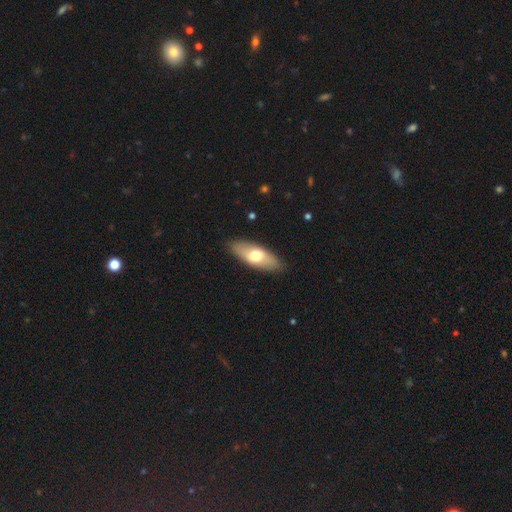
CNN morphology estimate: Q: Smooth or featured?
A: smooth (63%); runner-up: featured or disk (32%)
Q: How rounded?
A: in between (77%); runner-up: cigar-shaped (20%)
Q: Merging?
A: none (87%); runner-up: minor disturbance (10%)